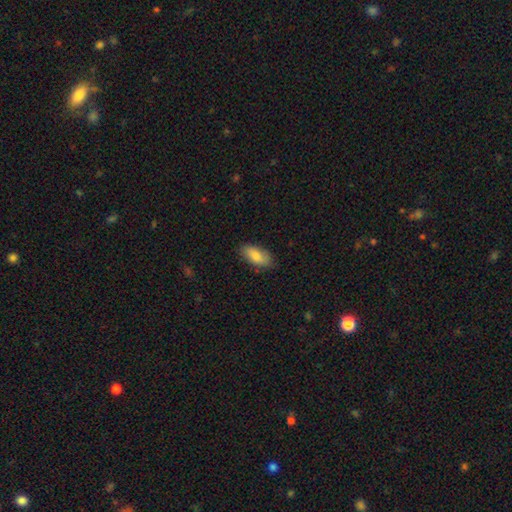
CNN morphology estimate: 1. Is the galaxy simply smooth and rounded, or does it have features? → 81% smooth, 13% featured or disk, 6% star or artifact.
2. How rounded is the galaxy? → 88% in between, 9% cigar-shaped, 2% round.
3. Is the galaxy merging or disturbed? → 81% none, 15% minor disturbance, 3% major disturbance, 1% merger.